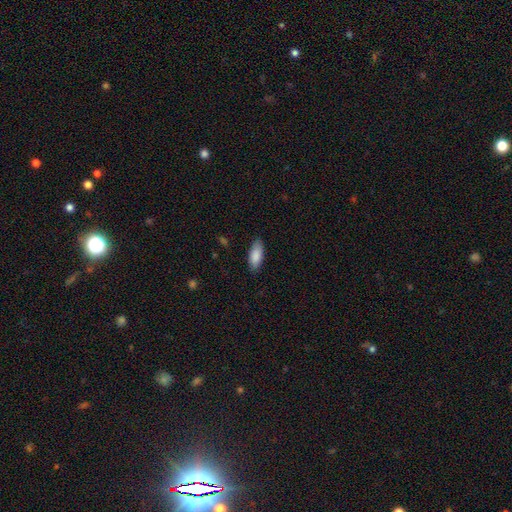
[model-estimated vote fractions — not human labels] smooth_or_featured: smooth (p=0.88) [alt: featured or disk p=0.06]
how_rounded: in between (p=0.82) [alt: cigar-shaped p=0.17]
merging: none (p=0.86) [alt: minor disturbance p=0.11]